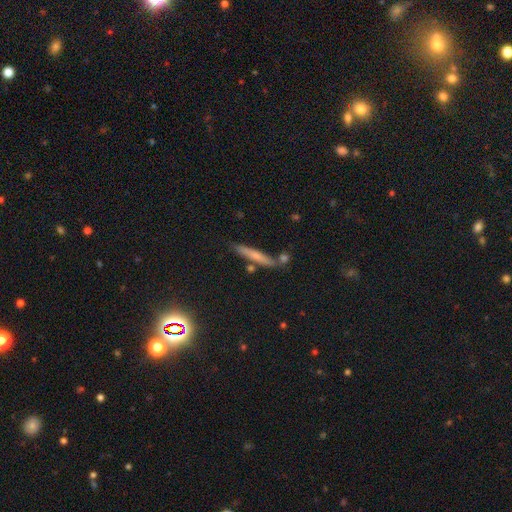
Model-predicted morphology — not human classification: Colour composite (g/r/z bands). It shows a smooth galaxy with no disk features (60%) that is cigar-shaped (93%). Merging: none (78%).